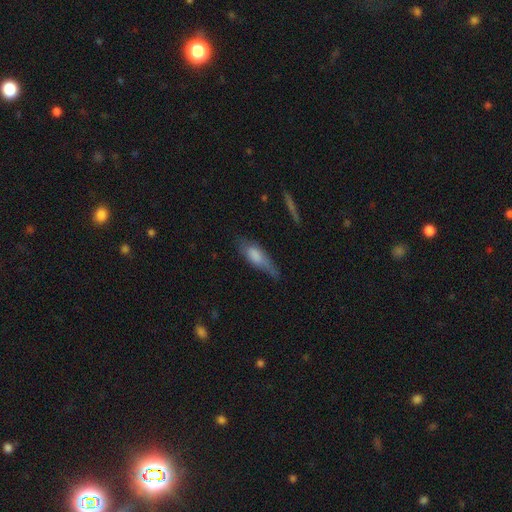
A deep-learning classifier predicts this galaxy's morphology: type=smooth (70%); roundness=in between (59%); merging=none (45%).